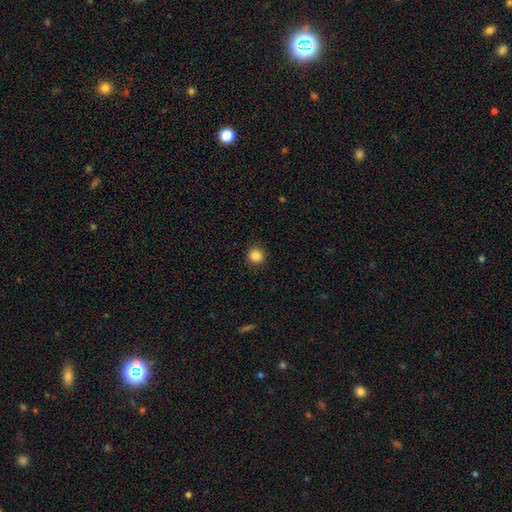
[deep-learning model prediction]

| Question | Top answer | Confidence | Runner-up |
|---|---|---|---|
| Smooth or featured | smooth | 85% | star or artifact (11%) |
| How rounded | round | 92% | in between (7%) |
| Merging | none | 91% | minor disturbance (6%) |